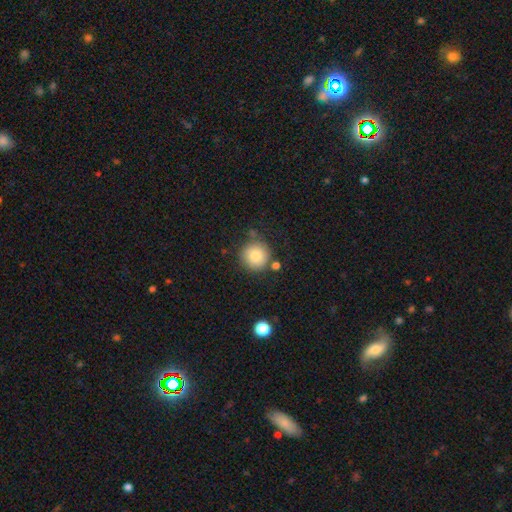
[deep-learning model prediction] A smooth galaxy with no disk features (82%) that is round (95%). Merging: none (79%).